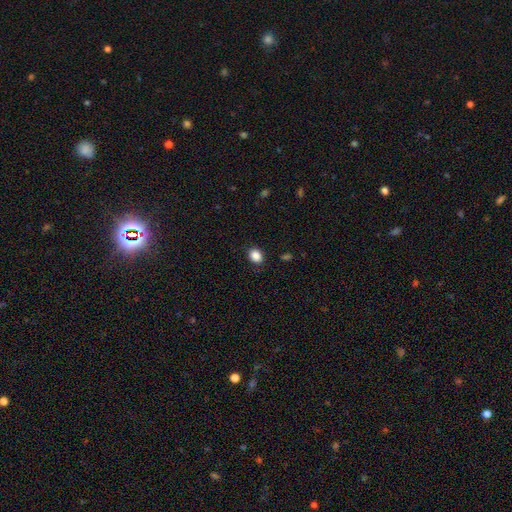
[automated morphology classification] Q: Smooth or featured?
A: smooth (87%); runner-up: star or artifact (9%)
Q: How rounded?
A: in between (53%); runner-up: round (46%)
Q: Merging?
A: none (88%); runner-up: minor disturbance (9%)